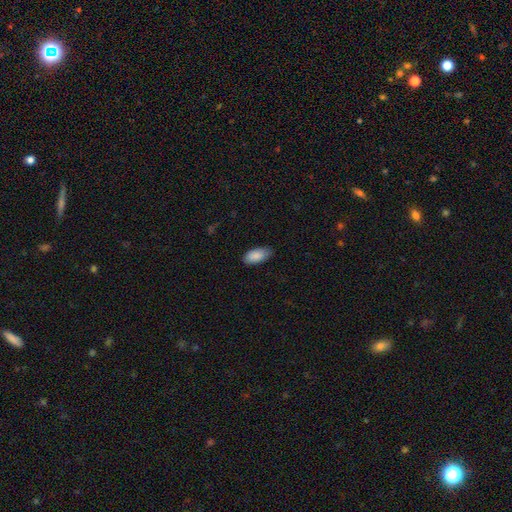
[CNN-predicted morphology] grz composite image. It shows a smooth galaxy with no disk features (88%) that is in between round and cigar-shaped (93%). Merging: none (82%).